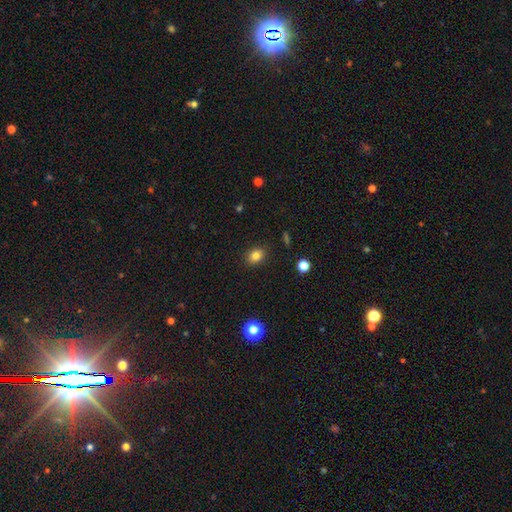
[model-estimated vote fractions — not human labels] smooth-or-featured: smooth: 83% | star or artifact: 11% | featured or disk: 6%
  how-rounded: in between: 55% | round: 44% | cigar-shaped: 1%
  merging: none: 89% | minor disturbance: 8% | major disturbance: 2% | merger: 1%